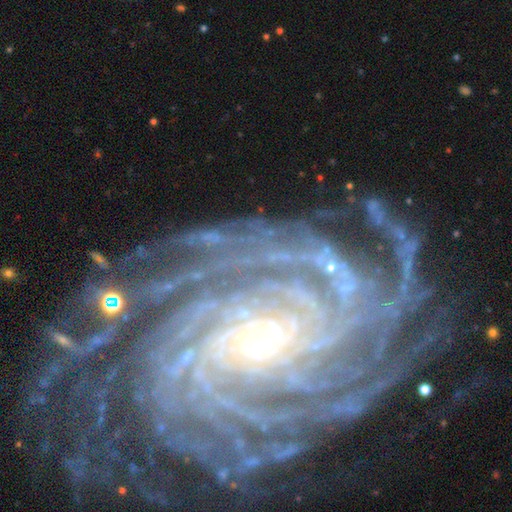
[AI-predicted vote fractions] Overall: featured or disk (92%). Edge-on disk: no (97%). Bar: no (47%; weak 32%). Spiral arms: yes (99%). Spiral arm count: more than 4 (40%; 4 20%). Spiral winding: tight (81%). Bulge size: small (73%). Merging: none (75%).